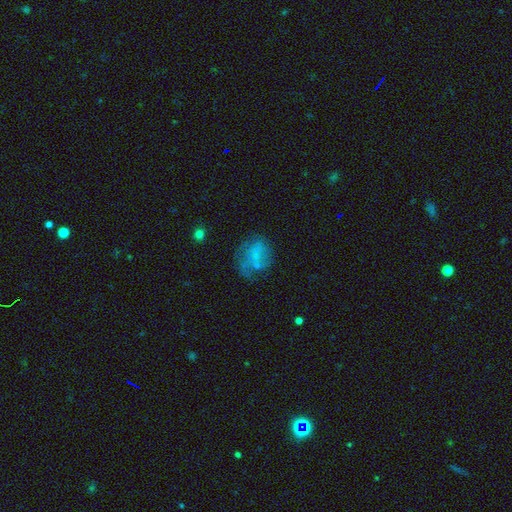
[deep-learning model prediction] Q: Smooth or featured?
A: smooth (47%); runner-up: featured or disk (39%)
Q: Merging?
A: none (46%); runner-up: major disturbance (26%)